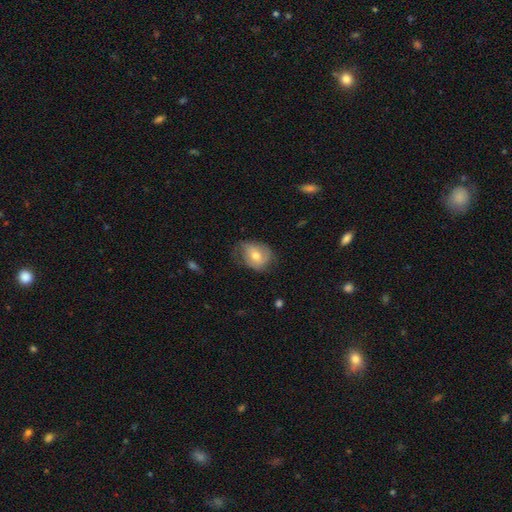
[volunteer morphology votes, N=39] Smooth or featured?
  - smooth: 72% *
  - featured or disk: 26%
  - star or artifact: 3%
How rounded?
  - in between: 57% *
  - round: 43%
  - cigar-shaped: 0%
Merging?
  - minor disturbance: 45% *
  - none: 26%
  - major disturbance: 26%
  - merger: 3%